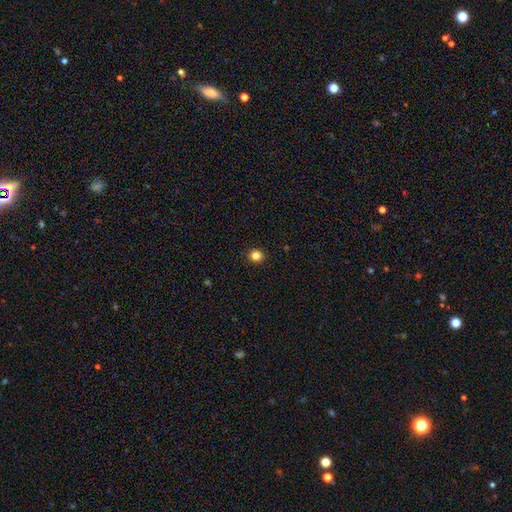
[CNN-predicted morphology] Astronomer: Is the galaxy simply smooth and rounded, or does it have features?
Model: smooth — 84%.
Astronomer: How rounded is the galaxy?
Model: round — 87%.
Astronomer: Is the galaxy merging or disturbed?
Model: none — 93%.